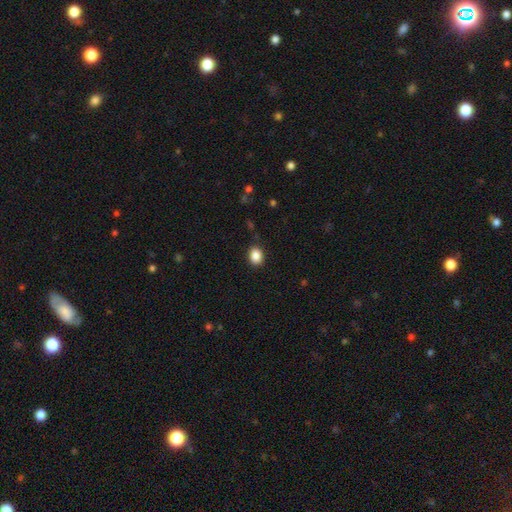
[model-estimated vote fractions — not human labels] Smooth or featured? Predicted: smooth (p=0.87). How rounded? Predicted: in between (p=0.59). Merging? Predicted: none (p=0.87).